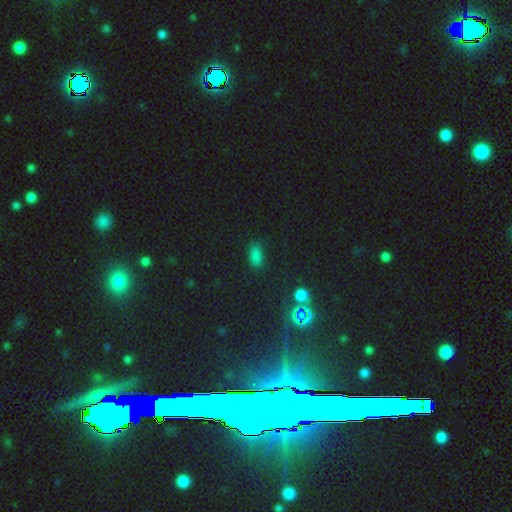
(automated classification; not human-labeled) Smooth or featured? Predicted: smooth (p=0.69). How rounded? Predicted: in between (p=0.86). Merging? Predicted: none (p=0.83).